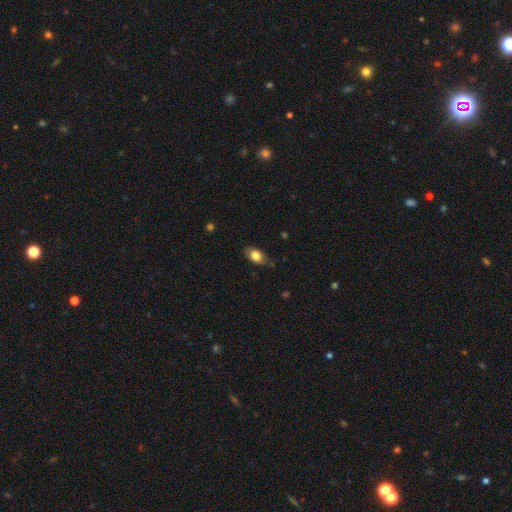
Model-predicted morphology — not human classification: This appears to be a smooth galaxy with no disk features (75%) that is in between round and cigar-shaped (82%). Merging: none (67%).